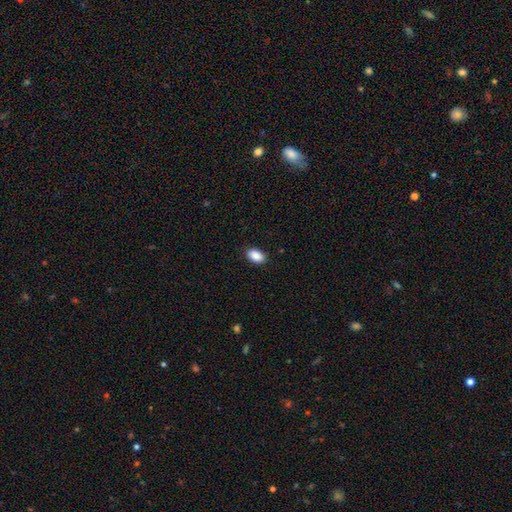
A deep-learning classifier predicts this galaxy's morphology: Q: Smooth or featured?
A: smooth (90%); runner-up: star or artifact (7%)
Q: How rounded?
A: in between (91%); runner-up: round (8%)
Q: Merging?
A: none (88%); runner-up: minor disturbance (9%)